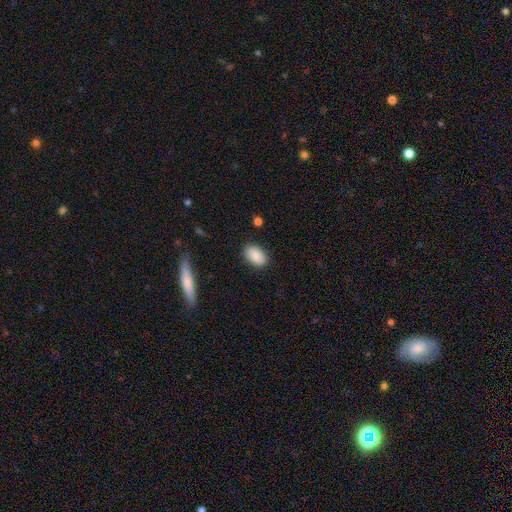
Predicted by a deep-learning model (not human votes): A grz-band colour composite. It shows a smooth galaxy with no disk features (85%) that is in between round and cigar-shaped (89%). Merging: none (85%).